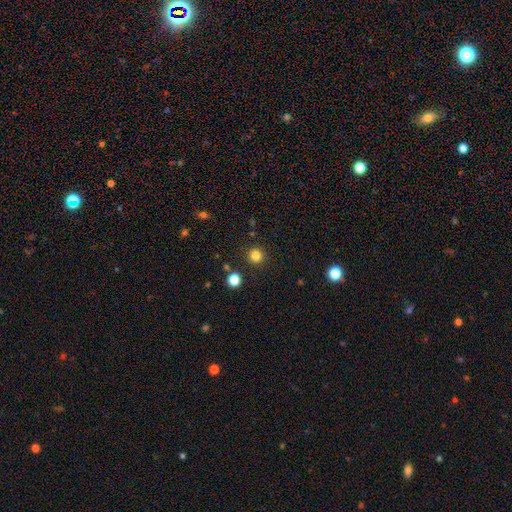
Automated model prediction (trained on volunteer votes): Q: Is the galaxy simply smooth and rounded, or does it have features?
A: smooth — 82%.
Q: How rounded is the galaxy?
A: round — 95%.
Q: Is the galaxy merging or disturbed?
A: none — 91%.